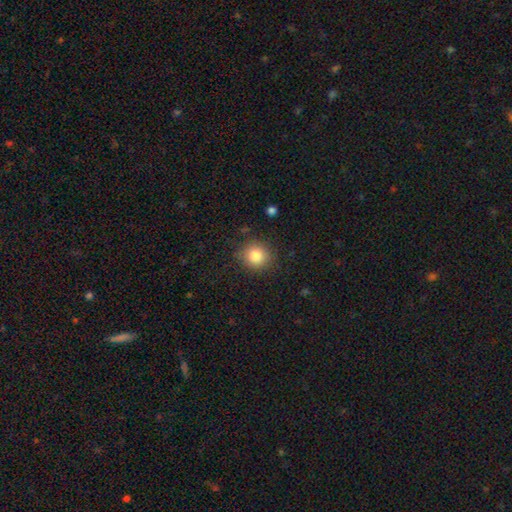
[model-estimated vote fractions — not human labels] smooth_or_featured: smooth (p=0.83) [alt: star or artifact p=0.11]
how_rounded: round (p=0.88) [alt: in between p=0.11]
merging: none (p=0.87) [alt: minor disturbance p=0.09]